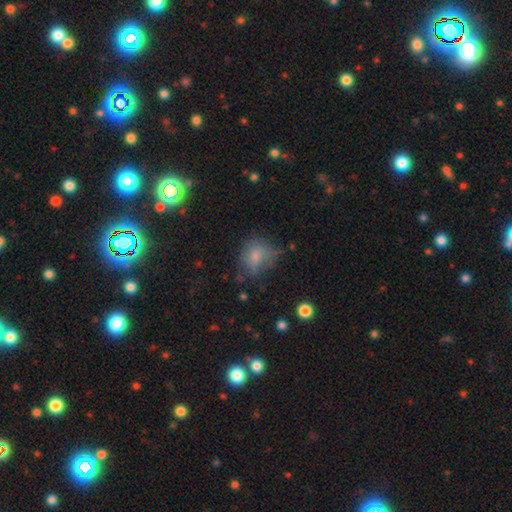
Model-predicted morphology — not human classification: smooth 69%, star or artifact 16%, featured or disk 15%. Down the decision tree: how rounded — round (59%); merging — none (54%).